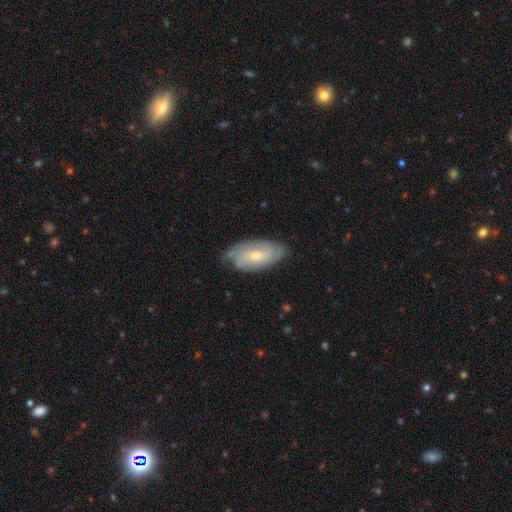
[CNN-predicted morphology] This is possibly a featured or disk galaxy (58%). It is clearly not viewed edge-on (91%). Bar: likely no (68%). Spiral arm pattern: clearly yes (83%). Central bulge: possibly small (54%). Merging: likely none (68%).